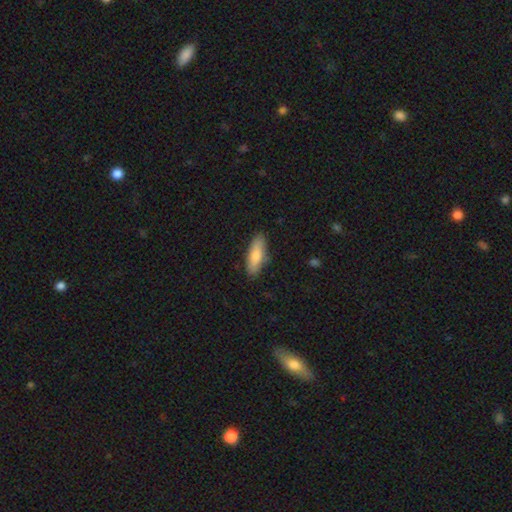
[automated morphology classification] This is likely a smooth galaxy (77%). How rounded: likely in between (63%). Merging: clearly none (83%).